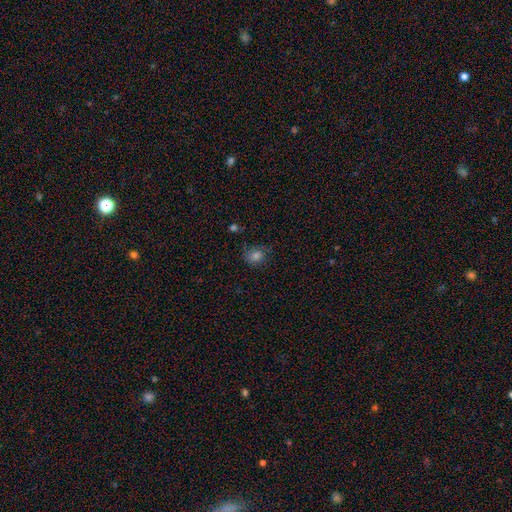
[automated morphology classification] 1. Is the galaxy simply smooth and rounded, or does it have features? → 67% smooth, 17% featured or disk, 16% star or artifact.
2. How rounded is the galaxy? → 69% round, 30% in between, 1% cigar-shaped.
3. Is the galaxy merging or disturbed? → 67% none, 21% minor disturbance, 10% major disturbance, 2% merger.